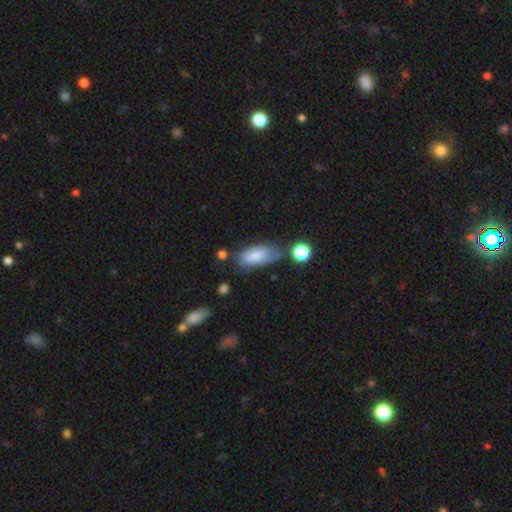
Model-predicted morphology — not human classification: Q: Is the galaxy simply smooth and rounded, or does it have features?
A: smooth — 76%.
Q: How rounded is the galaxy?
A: in between — 86%.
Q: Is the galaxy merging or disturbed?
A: none — 52%.